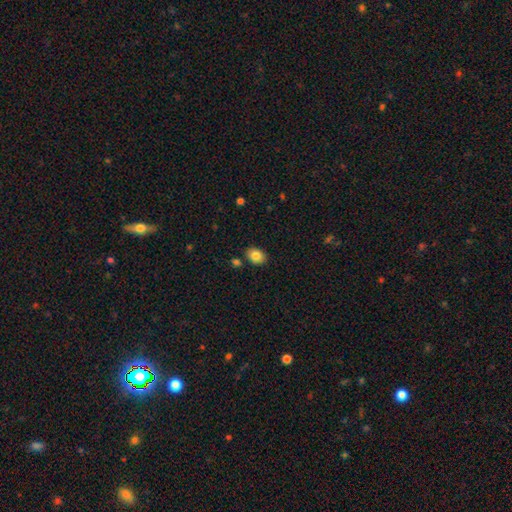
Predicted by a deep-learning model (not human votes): Smooth or featured? Predicted: smooth (p=0.84). How rounded? Predicted: in between (p=0.70). Merging? Predicted: none (p=0.83).